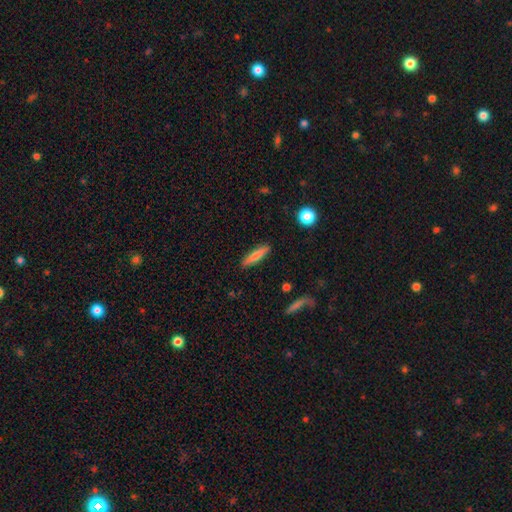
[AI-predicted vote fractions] smooth-or-featured: smooth: 67% | featured or disk: 26% | star or artifact: 6%
  how-rounded: cigar-shaped: 86% | in between: 12% | round: 2%
  merging: none: 90% | minor disturbance: 7% | major disturbance: 2% | merger: 1%